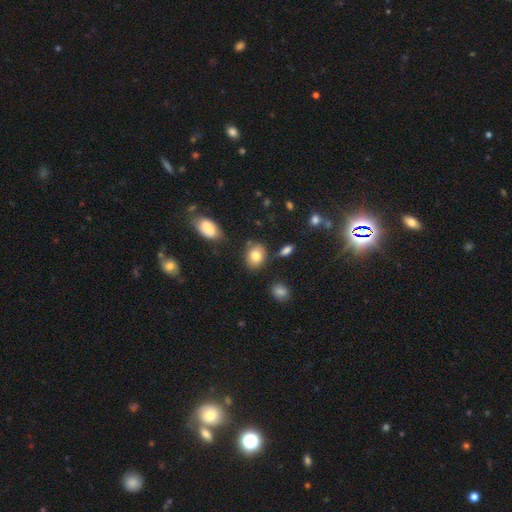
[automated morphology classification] This appears to be a smooth galaxy with no disk features (81%) that is in between round and cigar-shaped (60%). Merging: none (76%).